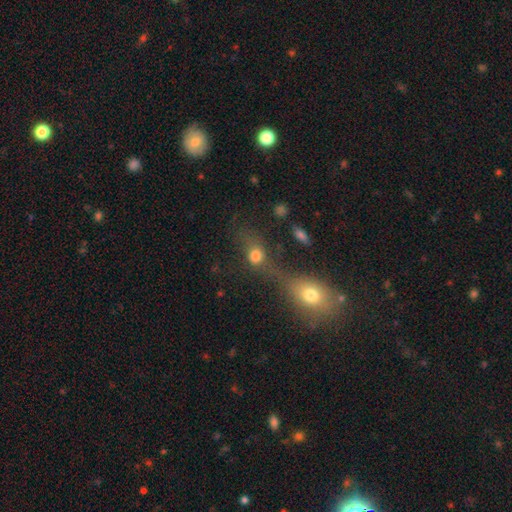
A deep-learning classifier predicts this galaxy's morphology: The model was most divided on "merging": merger: 52%, none: 29%, major disturbance: 10%, minor disturbance: 9%. More confident: smooth or featured — smooth (70%); how rounded — round (61%).